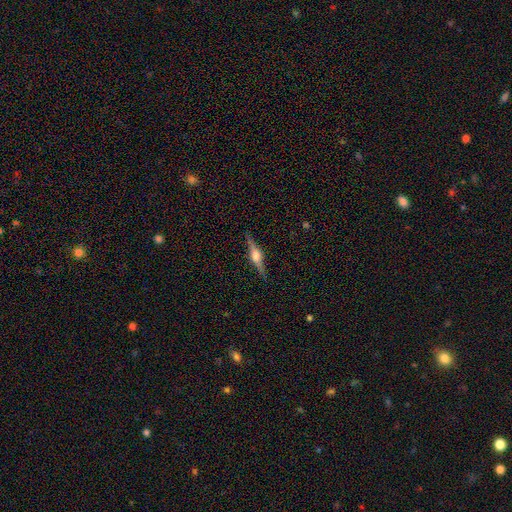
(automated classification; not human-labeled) Smooth or featured? featured or disk (81%)
Edge-on disk? yes (98%)
Edge-on bulge? rounded (91%)
Merging? none (89%)